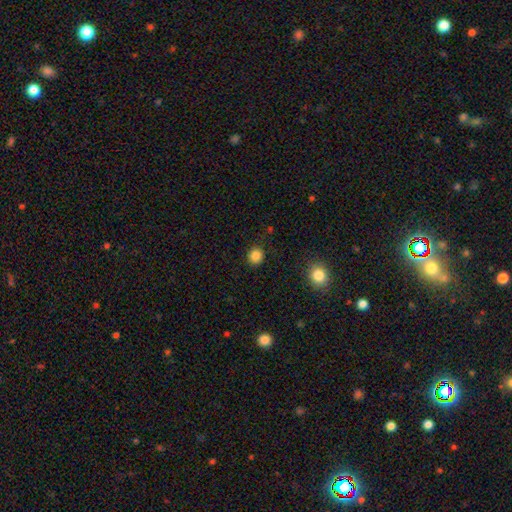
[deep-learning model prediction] The model was most divided on "how rounded": round: 85%, in between: 14%, cigar-shaped: 1%. More confident: merging — none (89%); smooth or featured — smooth (84%).